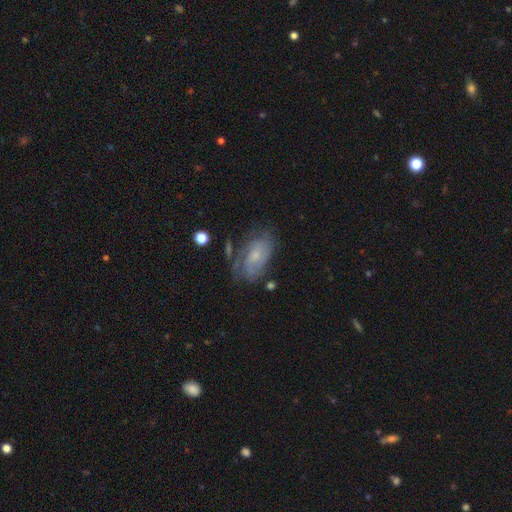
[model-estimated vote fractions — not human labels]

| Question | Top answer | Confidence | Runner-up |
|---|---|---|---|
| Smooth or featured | featured or disk | 65% | smooth (27%) |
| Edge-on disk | no | 96% | yes (4%) |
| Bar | no | 69% | weak (27%) |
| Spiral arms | yes | 83% | no (17%) |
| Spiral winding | tight | 51% | medium (36%) |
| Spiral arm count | can't tell | 41% | 2 (38%) |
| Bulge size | small | 58% | moderate (31%) |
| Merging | none | 57% | minor disturbance (24%) |